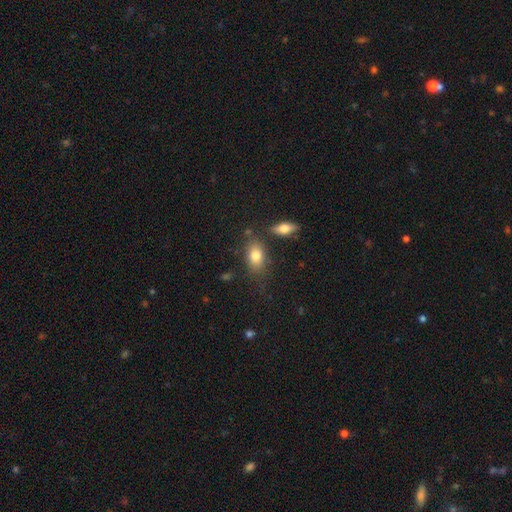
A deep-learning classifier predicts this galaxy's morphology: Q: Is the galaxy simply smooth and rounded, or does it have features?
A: smooth — 79%.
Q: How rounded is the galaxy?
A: in between — 85%.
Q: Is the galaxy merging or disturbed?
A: none — 71%.